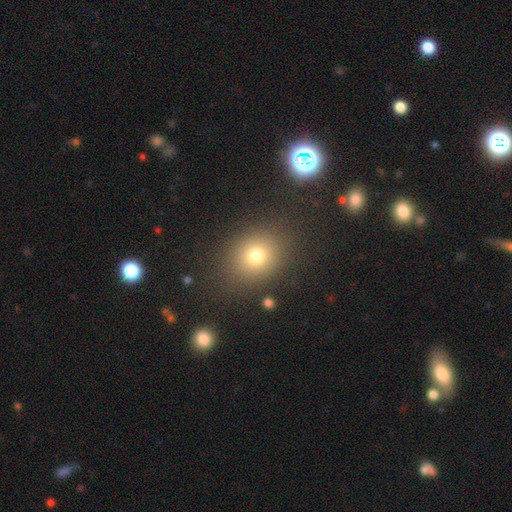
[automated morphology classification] The model was most divided on "how rounded": round: 63%, in between: 36%, cigar-shaped: 1%. More confident: merging — none (83%); smooth or featured — smooth (75%).